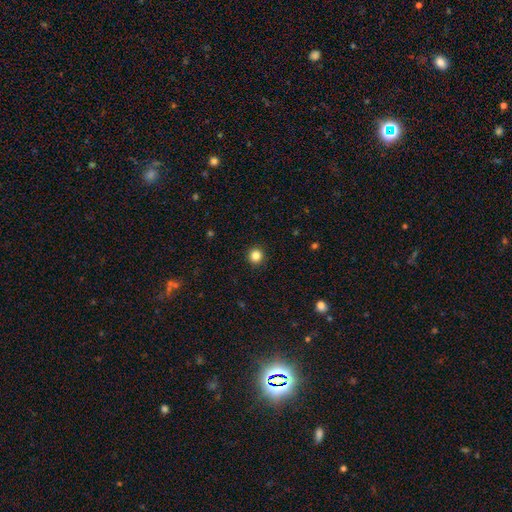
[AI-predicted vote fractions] Smooth or featured?
  - smooth: 84% *
  - star or artifact: 12%
  - featured or disk: 4%
How rounded?
  - round: 95% *
  - in between: 4%
  - cigar-shaped: 1%
Merging?
  - none: 92% *
  - minor disturbance: 5%
  - major disturbance: 2%
  - merger: 1%